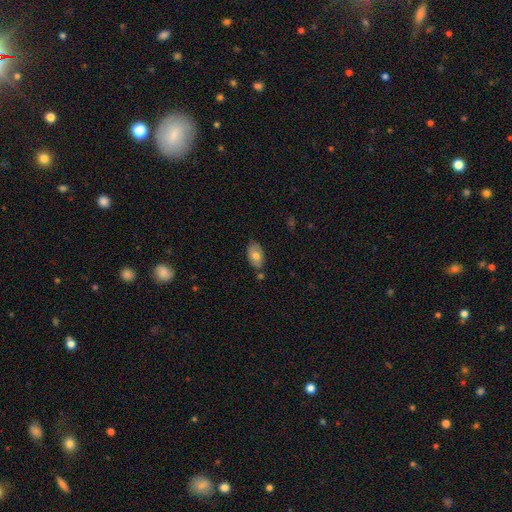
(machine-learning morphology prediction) Smooth or featured? smooth (71%)
How rounded? in between (92%)
Merging? none (71%)